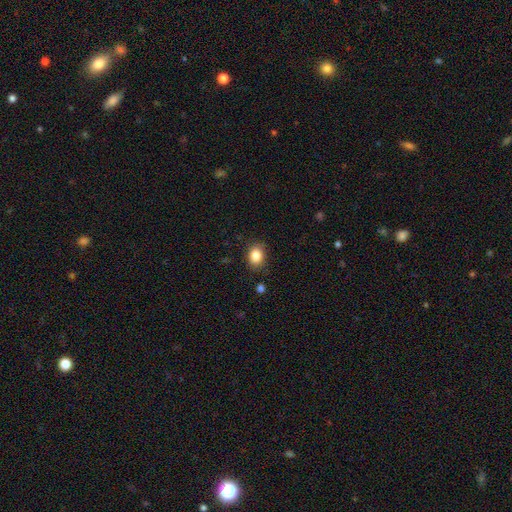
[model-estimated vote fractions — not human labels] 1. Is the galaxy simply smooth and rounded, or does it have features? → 85% smooth, 9% star or artifact, 5% featured or disk.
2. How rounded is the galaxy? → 61% in between, 38% round, 1% cigar-shaped.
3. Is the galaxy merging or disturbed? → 82% none, 14% minor disturbance, 3% major disturbance, 2% merger.